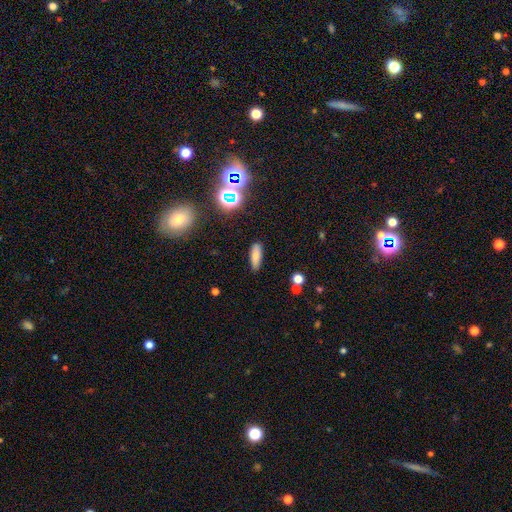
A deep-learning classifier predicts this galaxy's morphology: This appears to be a smooth galaxy with no disk features (76%) that is in between round and cigar-shaped (57%). Merging: none (86%).